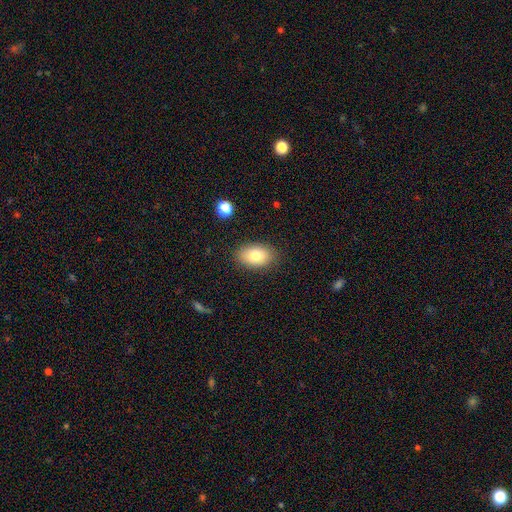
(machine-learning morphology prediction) The model was most divided on "smooth or featured": smooth: 80%, featured or disk: 11%, star or artifact: 8%. More confident: how rounded — in between (88%); merging — none (86%).